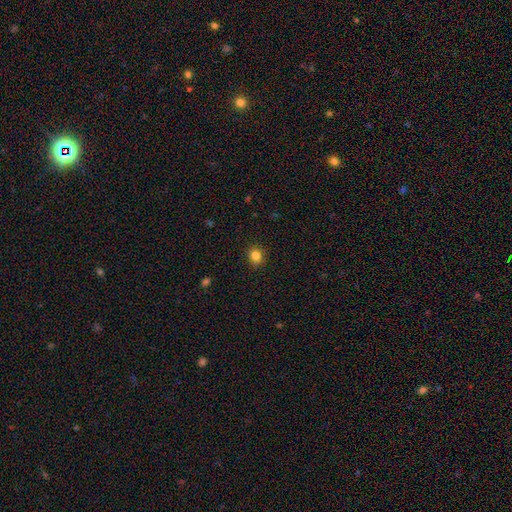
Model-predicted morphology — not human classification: smooth_or_featured: smooth (p=0.84) [alt: star or artifact p=0.11]
how_rounded: round (p=0.75) [alt: in between p=0.25]
merging: none (p=0.90) [alt: minor disturbance p=0.07]